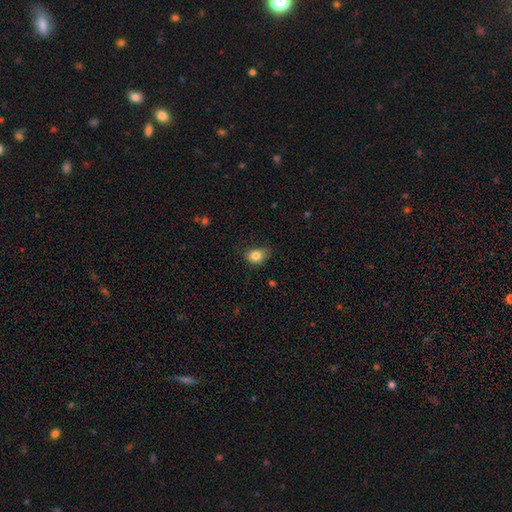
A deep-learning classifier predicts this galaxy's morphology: This is clearly a smooth galaxy (83%). How rounded: possibly in between (56%). Merging: likely none (63%).